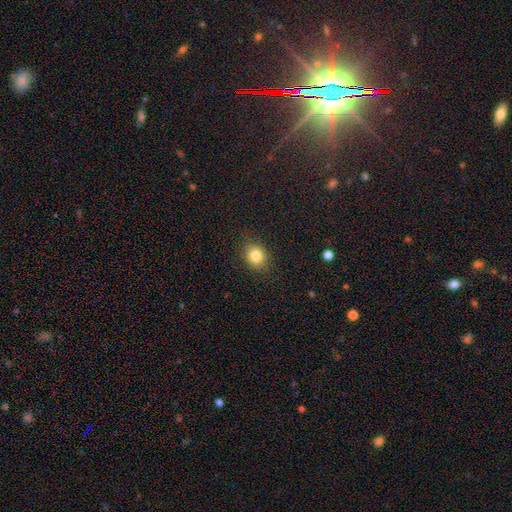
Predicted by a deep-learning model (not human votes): The model was most divided on "how rounded": round: 69%, in between: 30%, cigar-shaped: 1%. More confident: merging — none (87%); smooth or featured — smooth (84%).